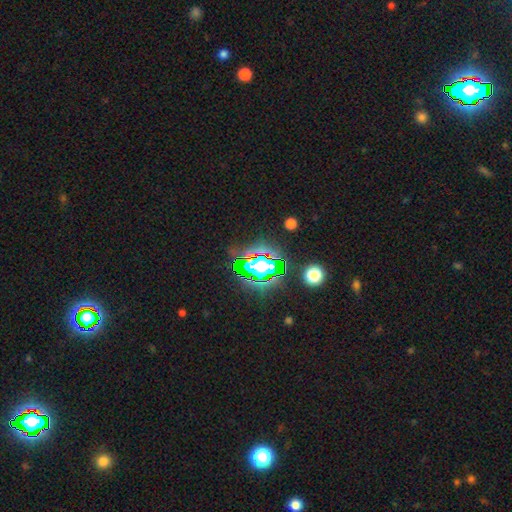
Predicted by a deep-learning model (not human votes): This is likely a star or artifact rather than a galaxy (70%).